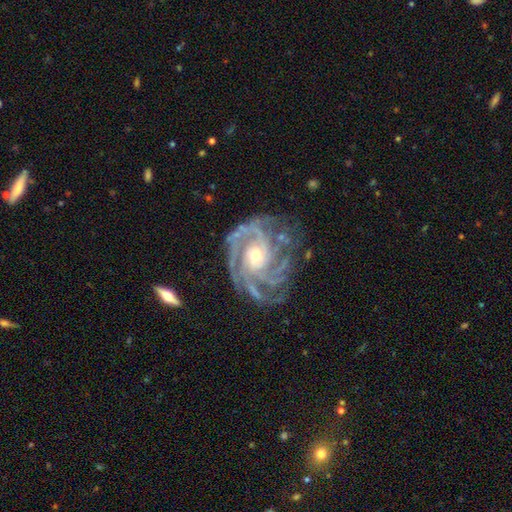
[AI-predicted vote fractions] featured or disk 91%, star or artifact 6%, smooth 3%. Down the decision tree: edge-on disk — no (97%); bar — no (69%); spiral arms — yes (98%); spiral arm count — 4 (28%); spiral winding — tight (68%); bulge size — moderate (50%); merging — none (70%).